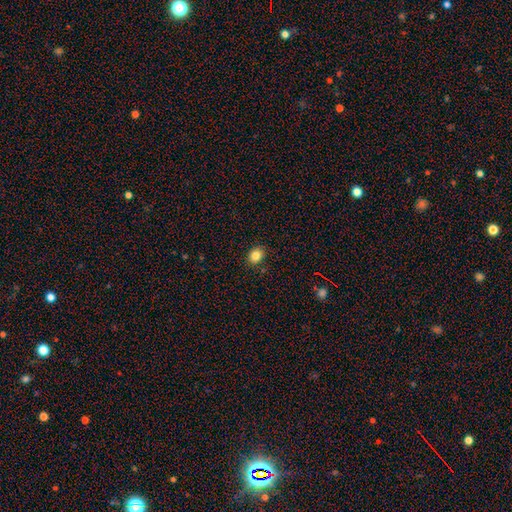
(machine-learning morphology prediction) Overall: smooth (84%). How rounded: round (53%; in between 46%). Merging: none (89%).